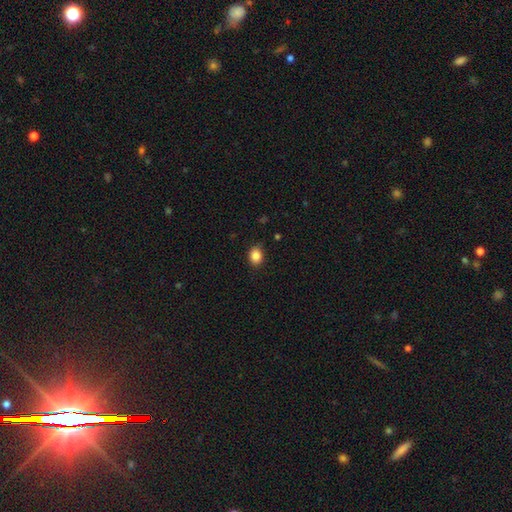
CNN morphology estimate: Overall: smooth (86%). How rounded: round (51%; in between 48%). Merging: none (87%).